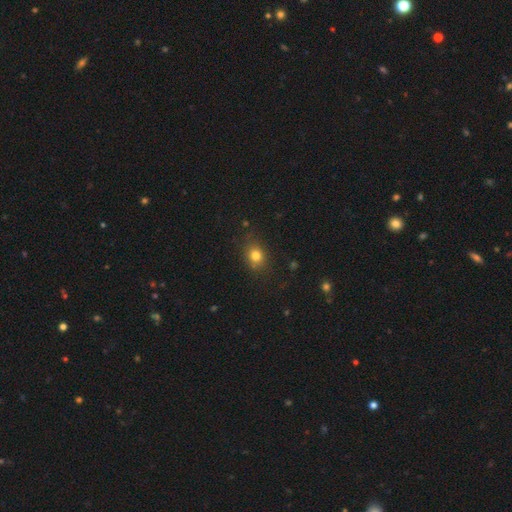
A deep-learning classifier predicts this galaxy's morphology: A smooth galaxy with no disk features (80%) that is round (59%). Merging: none (80%).